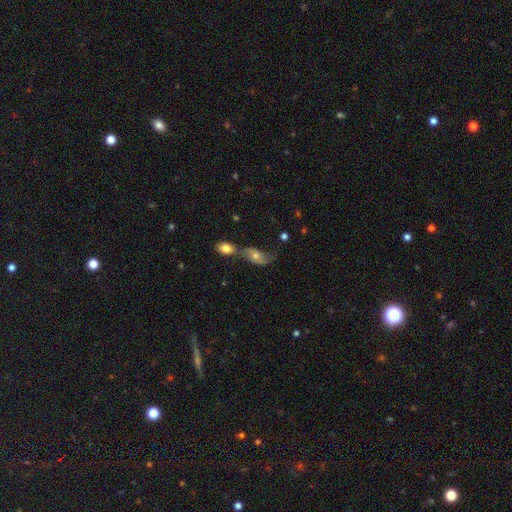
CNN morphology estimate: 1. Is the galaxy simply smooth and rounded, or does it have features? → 50% smooth, 40% featured or disk, 10% star or artifact.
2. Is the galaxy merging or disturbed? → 42% merger, 28% none, 17% minor disturbance, 13% major disturbance.